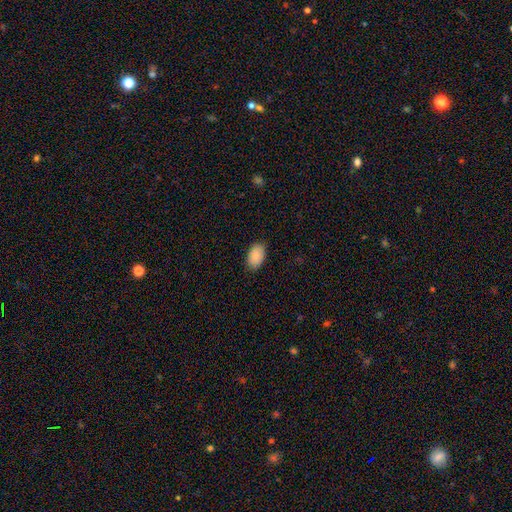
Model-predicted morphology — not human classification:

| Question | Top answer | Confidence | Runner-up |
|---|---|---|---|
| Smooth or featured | smooth | 85% | featured or disk (8%) |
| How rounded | in between | 92% | round (7%) |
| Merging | none | 86% | minor disturbance (11%) |